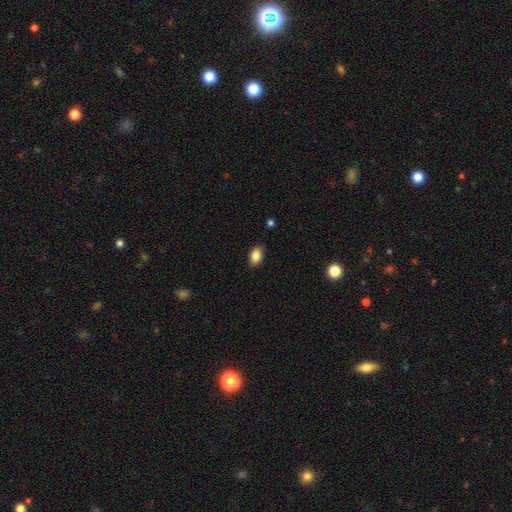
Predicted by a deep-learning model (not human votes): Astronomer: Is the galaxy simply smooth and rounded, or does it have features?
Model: smooth — 86%.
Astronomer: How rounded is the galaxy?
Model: in between — 89%.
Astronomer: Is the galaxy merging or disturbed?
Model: none — 88%.